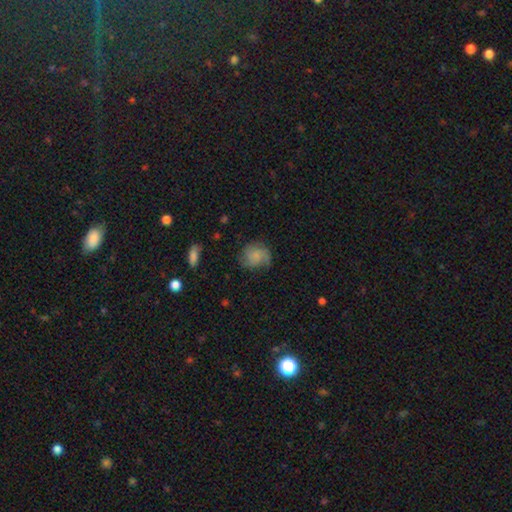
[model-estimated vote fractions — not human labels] The model was most divided on "smooth or featured": smooth: 62%, featured or disk: 29%, star or artifact: 9%. More confident: how rounded — round (72%); merging — none (62%).